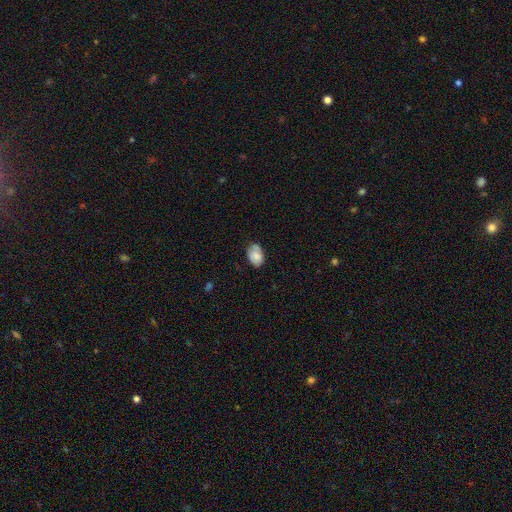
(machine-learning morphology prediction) Smooth or featured: smooth — 80% (featured or disk — 13%)
How rounded: in between — 85% (round — 14%)
Merging: none — 67% (minor disturbance — 26%)